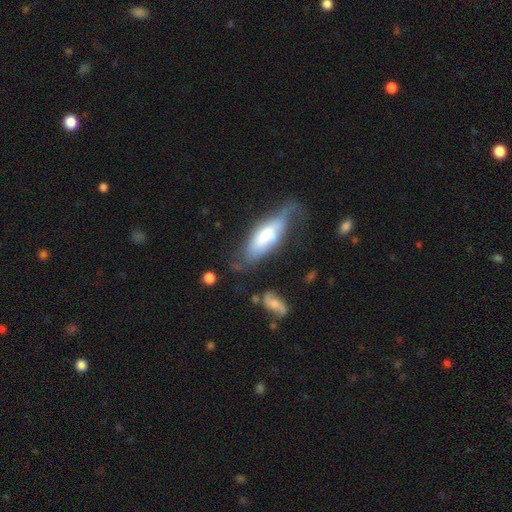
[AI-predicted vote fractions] Q: Smooth or featured?
A: featured or disk (54%); runner-up: smooth (38%)
Q: Edge-on disk?
A: yes (54%); runner-up: no (46%)
Q: Merging?
A: none (54%); runner-up: minor disturbance (27%)